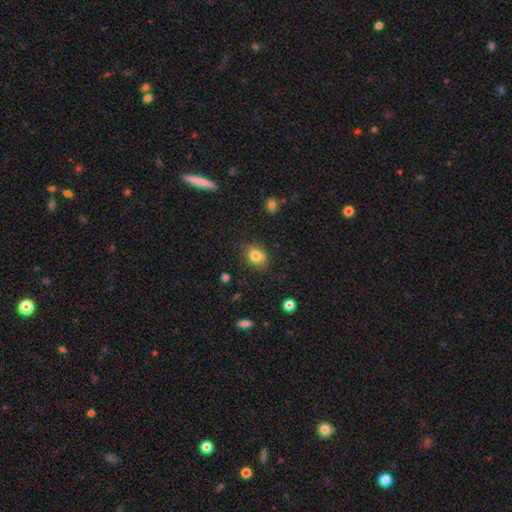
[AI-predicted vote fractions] Smooth or featured? Predicted: smooth (p=0.78). How rounded? Predicted: round (p=0.52). Merging? Predicted: none (p=0.66).